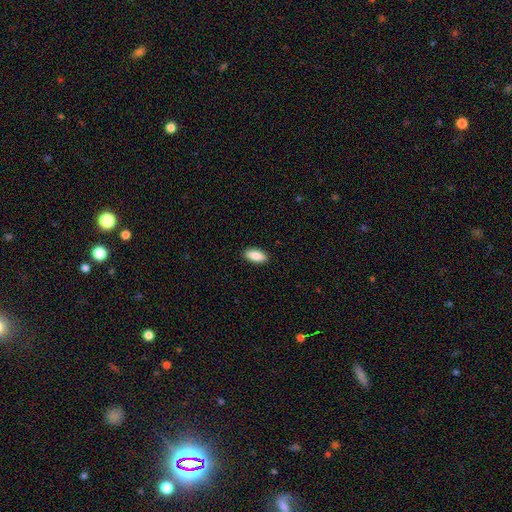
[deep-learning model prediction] Smooth or featured? smooth (89%)
How rounded? in between (88%)
Merging? none (90%)